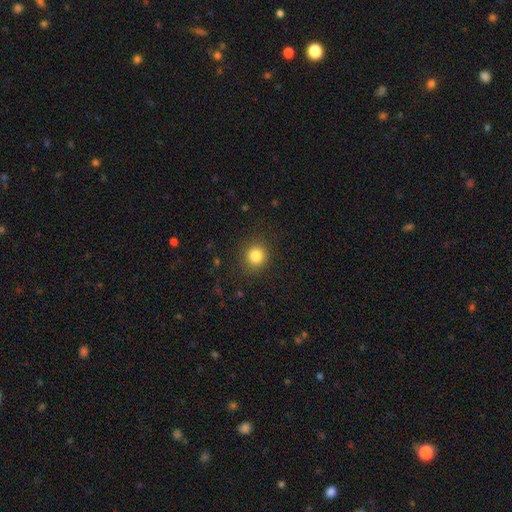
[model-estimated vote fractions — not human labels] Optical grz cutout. It shows a smooth galaxy with no disk features (84%) that is round (87%). Merging: none (87%).